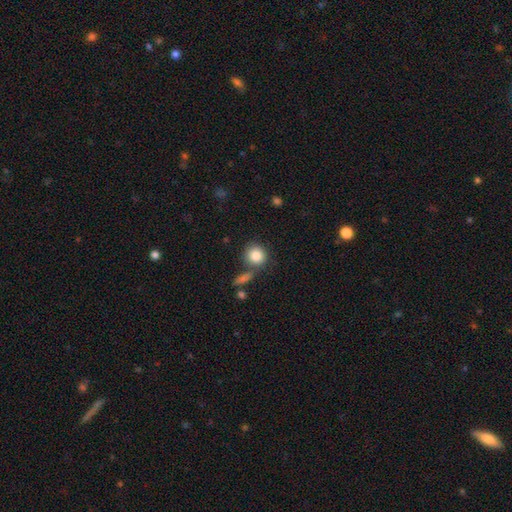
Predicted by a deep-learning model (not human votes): smooth_or_featured: smooth (p=0.86) [alt: star or artifact p=0.08]
how_rounded: round (p=0.85) [alt: in between p=0.13]
merging: none (p=0.66) [alt: merger p=0.17]